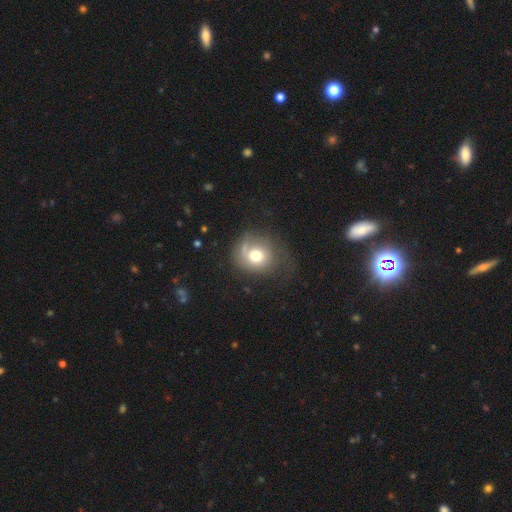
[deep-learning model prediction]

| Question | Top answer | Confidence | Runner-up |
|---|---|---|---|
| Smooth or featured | smooth | 62% | featured or disk (27%) |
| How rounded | round | 79% | in between (20%) |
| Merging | none | 47% | minor disturbance (26%) |